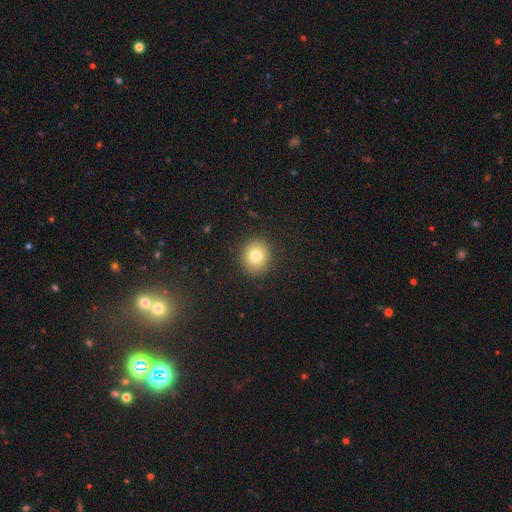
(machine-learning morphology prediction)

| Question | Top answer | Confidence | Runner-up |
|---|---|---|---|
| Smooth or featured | smooth | 79% | star or artifact (10%) |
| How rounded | round | 80% | in between (19%) |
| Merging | none | 90% | minor disturbance (7%) |